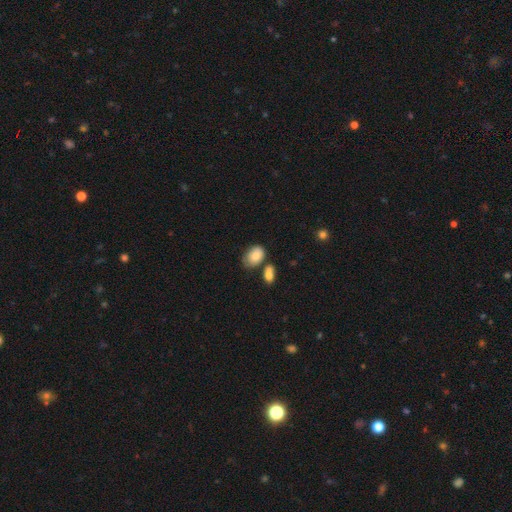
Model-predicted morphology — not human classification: Smooth or featured? smooth (81%)
How rounded? in between (85%)
Merging? none (48%)